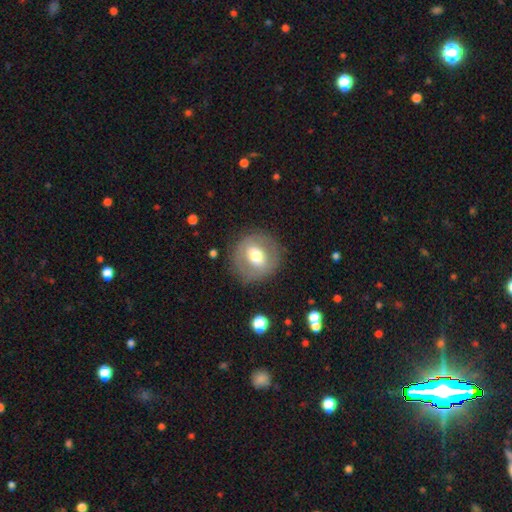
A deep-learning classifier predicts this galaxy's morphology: smooth_or_featured: smooth (p=0.55) [alt: featured or disk p=0.37]
how_rounded: round (p=0.85) [alt: in between p=0.14]
merging: none (p=0.82) [alt: minor disturbance p=0.11]